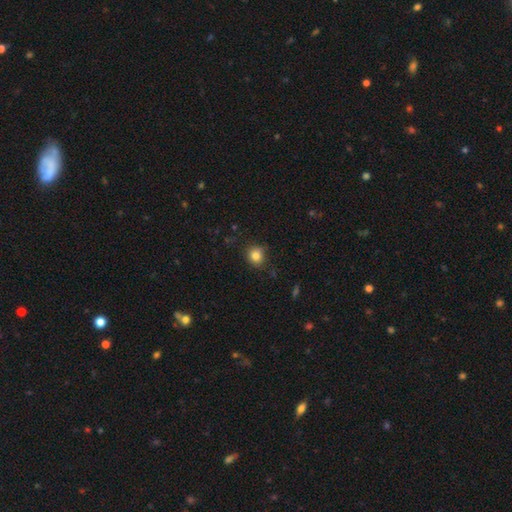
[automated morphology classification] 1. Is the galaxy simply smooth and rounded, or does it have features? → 83% smooth, 11% star or artifact, 6% featured or disk.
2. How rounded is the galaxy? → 83% round, 16% in between, 1% cigar-shaped.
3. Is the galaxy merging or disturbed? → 81% none, 15% minor disturbance, 3% major disturbance, 1% merger.